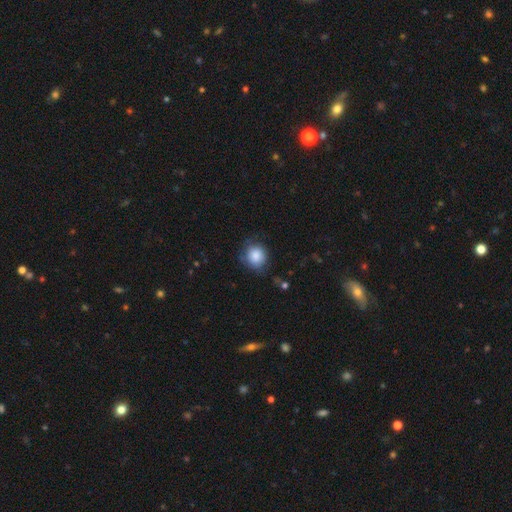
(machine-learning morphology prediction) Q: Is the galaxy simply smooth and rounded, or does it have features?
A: smooth — 85%.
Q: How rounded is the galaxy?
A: round — 82%.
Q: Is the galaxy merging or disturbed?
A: none — 67%.